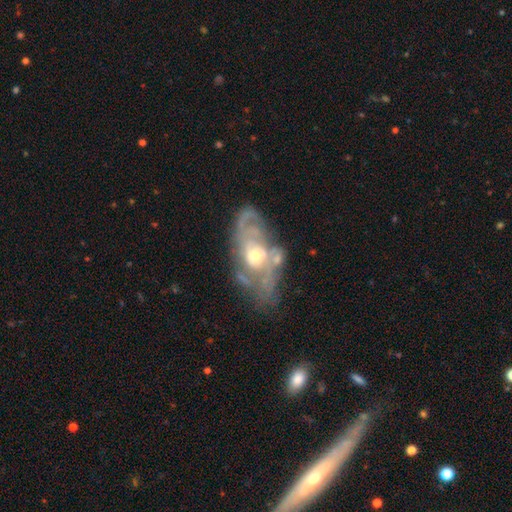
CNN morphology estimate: featured or disk 82%, smooth 11%, star or artifact 6%. Down the decision tree: edge-on disk — no (94%); bar — no (70%); spiral arms — yes (85%); spiral arm count — can't tell (36%); spiral winding — tight (43%); bulge size — moderate (55%); merging — none (50%).